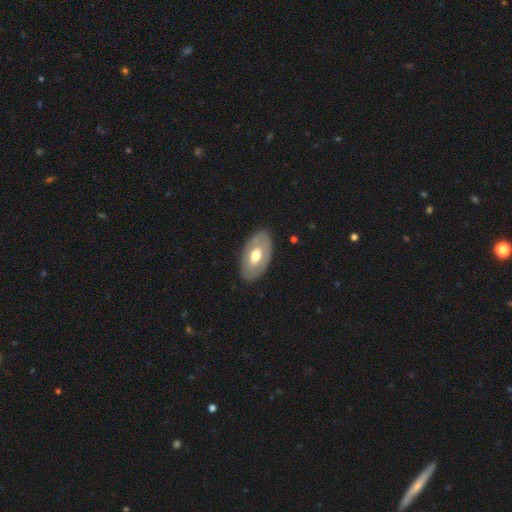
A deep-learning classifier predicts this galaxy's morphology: This is possibly a smooth galaxy (50%). How rounded: clearly in between (93%). Merging: clearly none (84%).